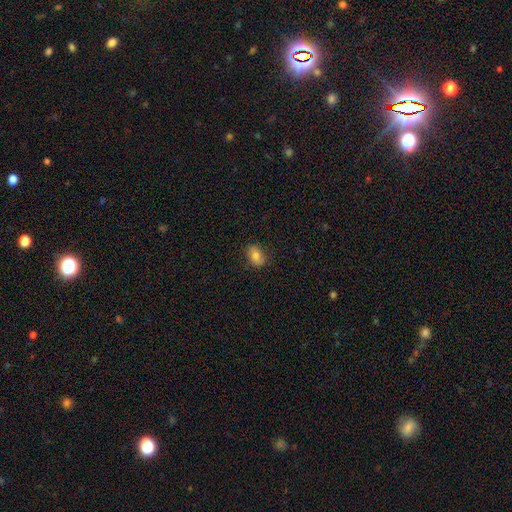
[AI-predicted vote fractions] Q: Smooth or featured?
A: smooth (78%); runner-up: featured or disk (12%)
Q: How rounded?
A: in between (77%); runner-up: round (21%)
Q: Merging?
A: none (82%); runner-up: minor disturbance (14%)